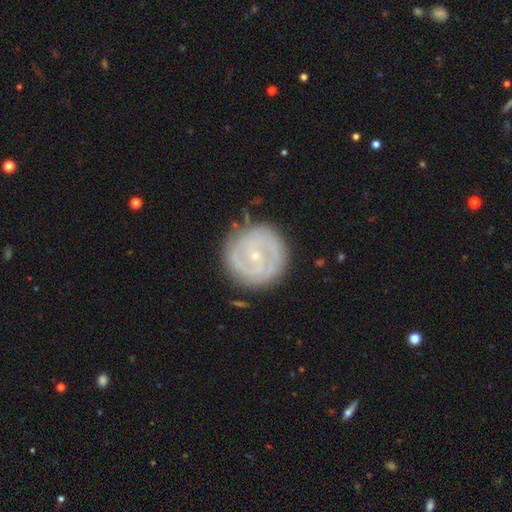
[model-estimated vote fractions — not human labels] Q: Smooth or featured?
A: featured or disk (79%); runner-up: smooth (15%)
Q: Edge-on disk?
A: no (98%); runner-up: yes (2%)
Q: Bar?
A: no (68%); runner-up: weak (25%)
Q: Spiral arms?
A: yes (90%); runner-up: no (10%)
Q: Spiral winding?
A: tight (73%); runner-up: medium (22%)
Q: Spiral arm count?
A: 2 (50%); runner-up: can't tell (24%)
Q: Bulge size?
A: small (83%); runner-up: moderate (13%)
Q: Merging?
A: none (81%); runner-up: minor disturbance (13%)